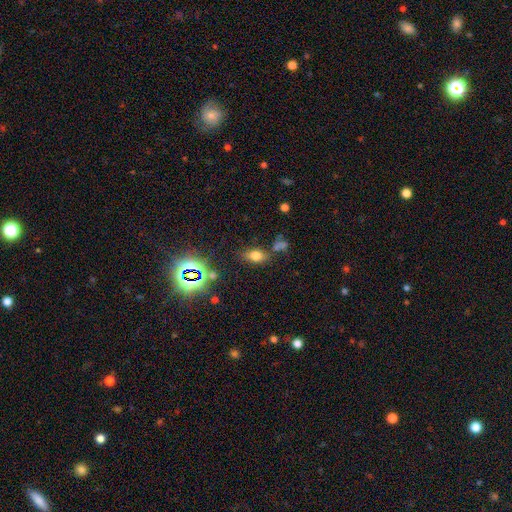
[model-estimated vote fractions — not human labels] smooth 67%, star or artifact 22%, featured or disk 11%. Down the decision tree: how rounded — in between (81%); merging — none (73%).